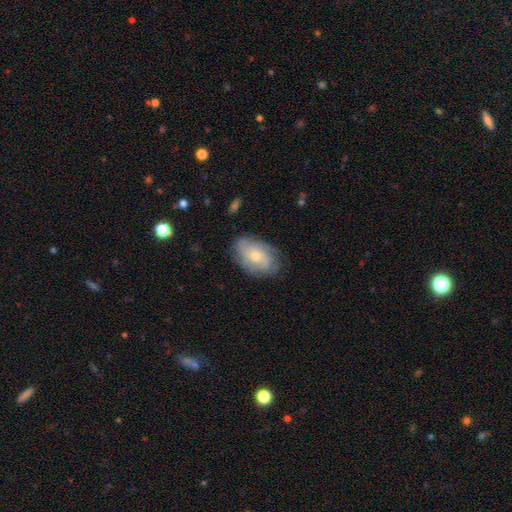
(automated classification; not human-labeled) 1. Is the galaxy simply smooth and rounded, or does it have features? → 56% featured or disk, 37% smooth, 7% star or artifact.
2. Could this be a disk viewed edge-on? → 94% no, 6% yes.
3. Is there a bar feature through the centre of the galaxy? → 75% no, 22% weak, 3% strong.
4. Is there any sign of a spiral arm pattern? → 82% yes, 18% no.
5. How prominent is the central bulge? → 55% small, 40% moderate, 2% large, 2% none, 1% dominant.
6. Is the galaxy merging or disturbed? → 75% none, 18% minor disturbance, 5% major disturbance, 1% merger.